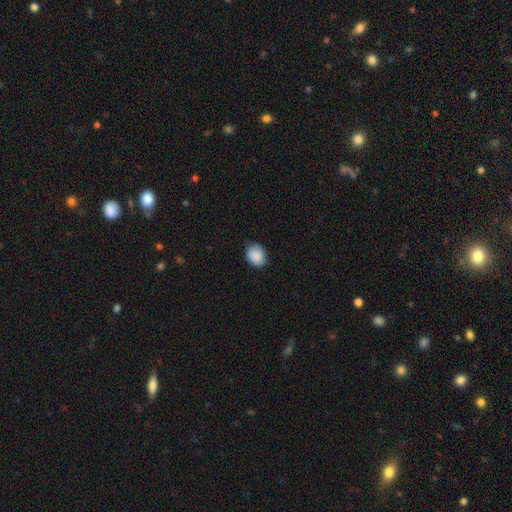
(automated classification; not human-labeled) This is clearly a smooth galaxy (88%). How rounded: possibly in between (51%). Merging: likely none (78%).